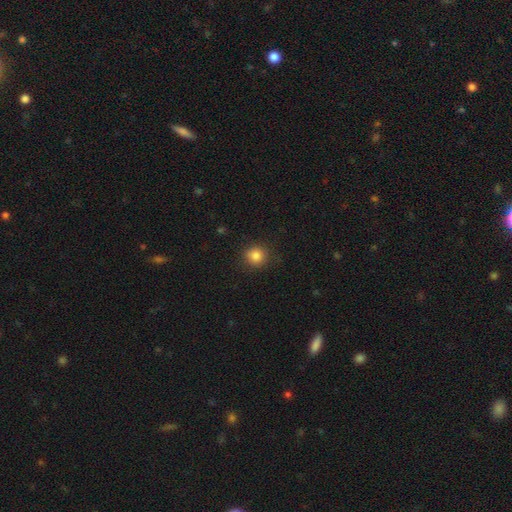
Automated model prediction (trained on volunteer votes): Smooth or featured? smooth (84%)
How rounded? round (89%)
Merging? none (87%)